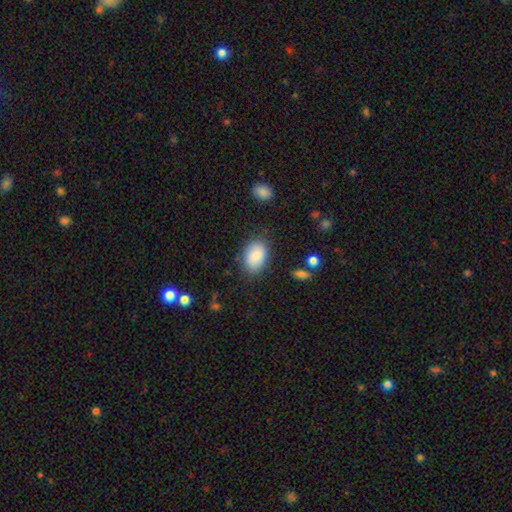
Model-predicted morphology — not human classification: A smooth galaxy with no disk features (88%) that is in between round and cigar-shaped (87%). Merging: none (79%).